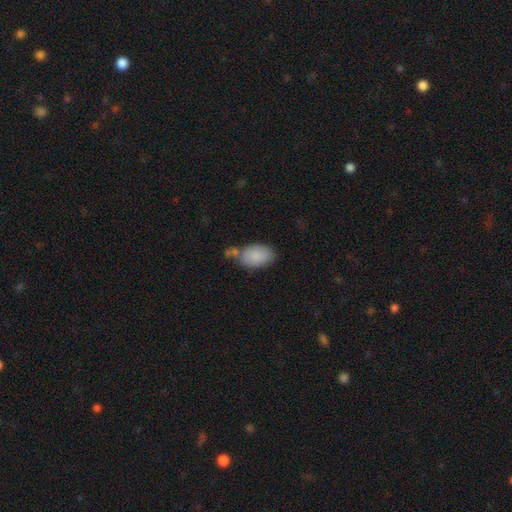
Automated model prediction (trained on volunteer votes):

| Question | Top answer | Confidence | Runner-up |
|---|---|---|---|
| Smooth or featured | smooth | 87% | star or artifact (7%) |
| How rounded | in between | 93% | round (6%) |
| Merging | none | 60% | minor disturbance (20%) |